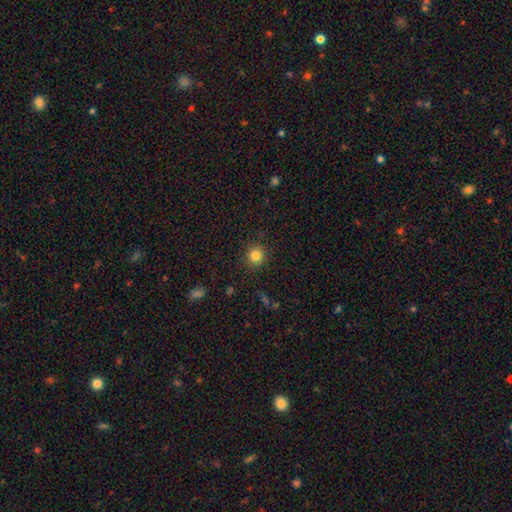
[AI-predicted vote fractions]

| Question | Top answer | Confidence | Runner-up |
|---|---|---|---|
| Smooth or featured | smooth | 83% | star or artifact (12%) |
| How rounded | round | 90% | in between (9%) |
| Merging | none | 90% | minor disturbance (7%) |